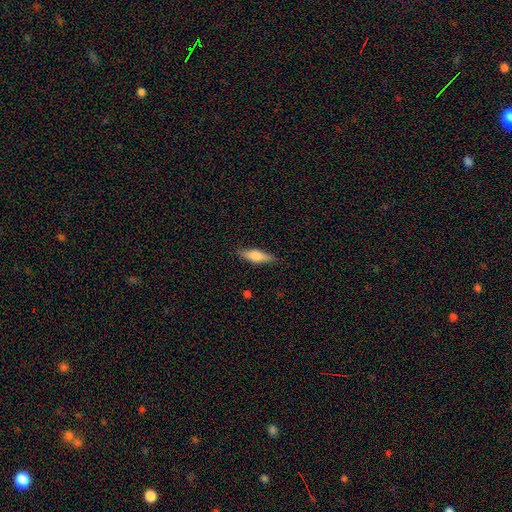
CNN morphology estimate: The model was most divided on "how rounded": cigar-shaped: 51%, in between: 46%, round: 2%. More confident: merging — none (85%); smooth or featured — smooth (64%).